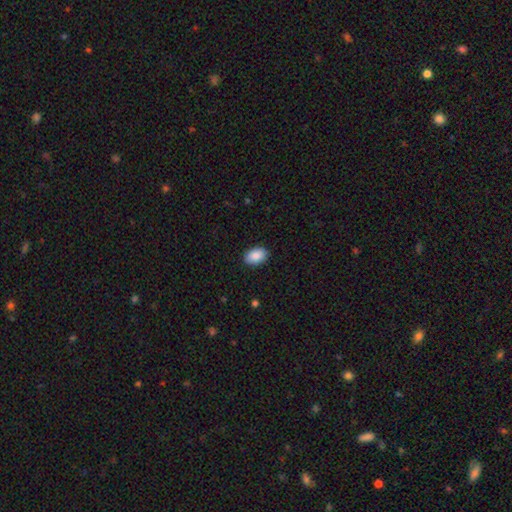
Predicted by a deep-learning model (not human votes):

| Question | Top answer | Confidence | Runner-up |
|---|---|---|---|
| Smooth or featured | smooth | 89% | star or artifact (7%) |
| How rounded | in between | 90% | round (9%) |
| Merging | none | 90% | minor disturbance (8%) |